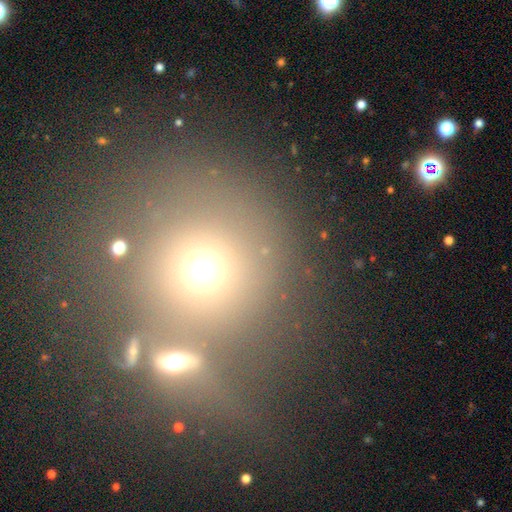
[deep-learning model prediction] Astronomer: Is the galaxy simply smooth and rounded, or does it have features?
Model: smooth — 57%.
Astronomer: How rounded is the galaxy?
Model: round — 90%.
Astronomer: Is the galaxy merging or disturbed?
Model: none — 59%.